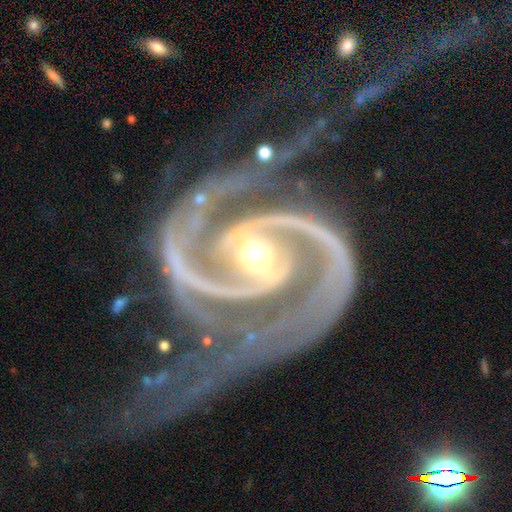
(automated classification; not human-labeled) A featured or disk galaxy (94%) with a strong bar (65%), 2 (83%) medium (51%) spiral arms (98%) and a moderate central bulge (56%).

Vote fractions:
- Smooth or featured? featured or disk: 94% / star or artifact: 4% / smooth: 2%
- Edge-on disk? no: 98% / yes: 2%
- Bar? strong: 65% / weak: 22% / no: 13%
- Spiral arms? yes: 98% / no: 2%
- Spiral winding? medium: 51% / tight: 28% / loose: 20%
- Spiral arm count? 2: 83% / 3: 4% / can't tell: 4% / 1: 3% / 4: 3% / more than 4: 3%
- Bulge size? moderate: 56% / small: 37% / large: 4% / dominant: 1% / none: 1%
- Merging? none: 58% / major disturbance: 19% / minor disturbance: 17% / merger: 6%